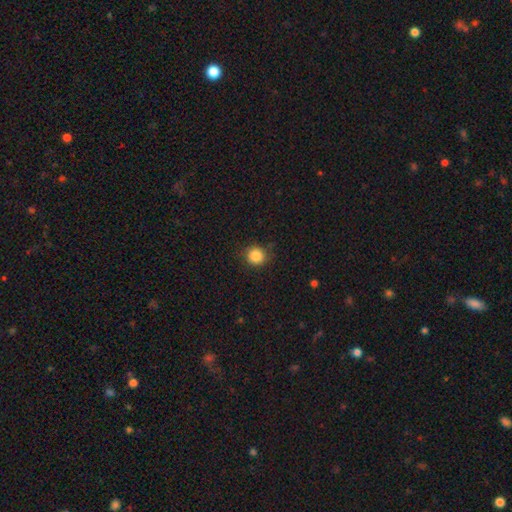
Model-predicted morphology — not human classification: Smooth or featured? Predicted: smooth (p=0.85). How rounded? Predicted: round (p=0.90). Merging? Predicted: none (p=0.84).